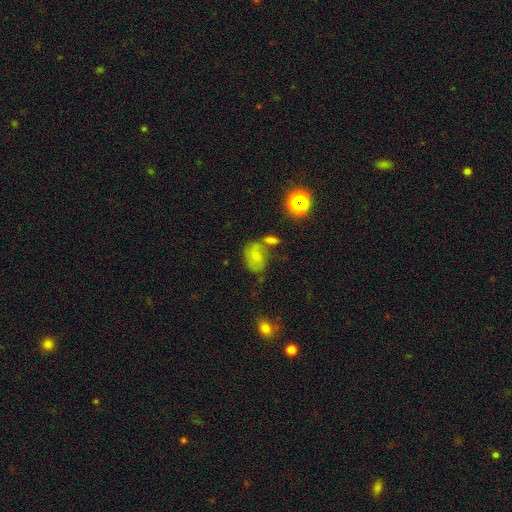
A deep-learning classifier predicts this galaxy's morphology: smooth-or-featured: smooth: 64% | featured or disk: 22% | star or artifact: 14%
  how-rounded: in between: 76% | round: 22% | cigar-shaped: 2%
  merging: none: 41% | merger: 27% | minor disturbance: 21% | major disturbance: 11%